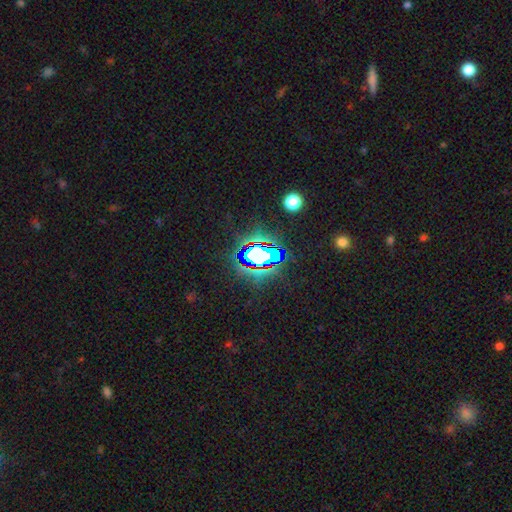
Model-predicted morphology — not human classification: smooth_or_featured: star or artifact (p=0.70) [alt: smooth p=0.17]